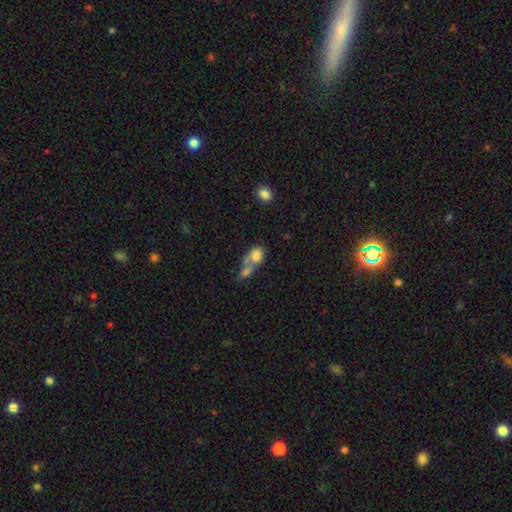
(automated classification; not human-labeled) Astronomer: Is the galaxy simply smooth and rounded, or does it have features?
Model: smooth — 75%.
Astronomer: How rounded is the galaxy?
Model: in between — 66%.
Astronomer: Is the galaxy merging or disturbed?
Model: merger — 67%.